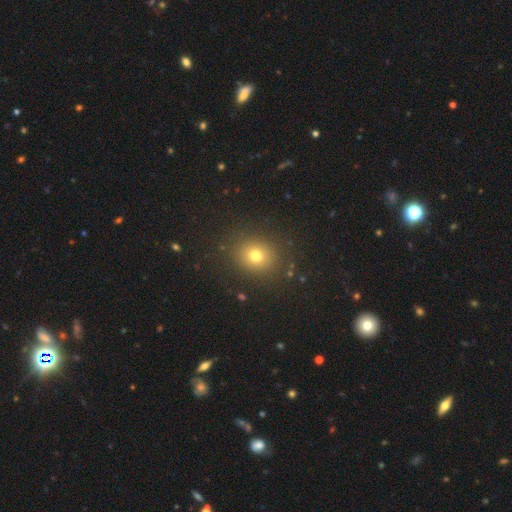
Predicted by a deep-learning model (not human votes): Smooth or featured: smooth — 74% (star or artifact — 17%)
How rounded: round — 79% (in between — 21%)
Merging: none — 88% (minor disturbance — 7%)